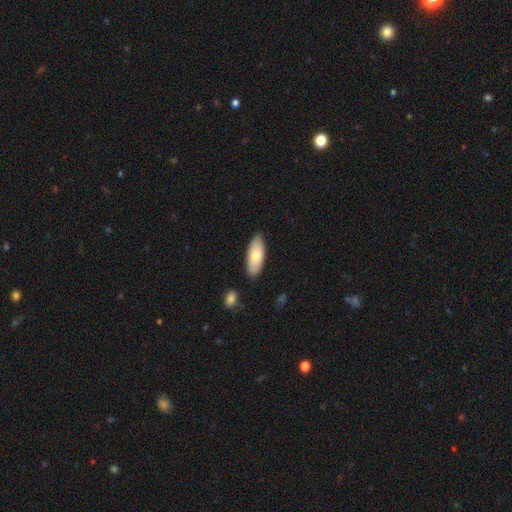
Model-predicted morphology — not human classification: A smooth galaxy with no disk features (74%) that is in between round and cigar-shaped (82%). Merging: none (85%).